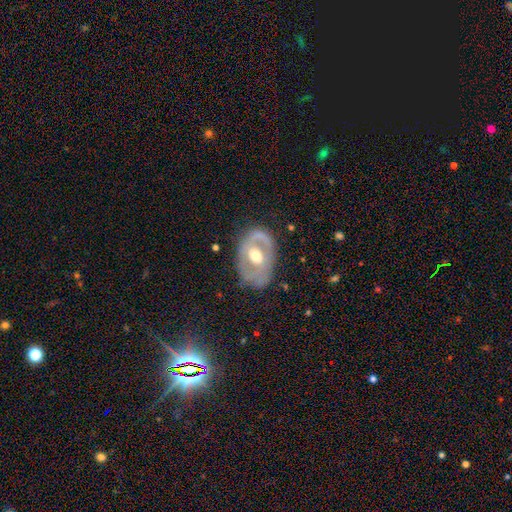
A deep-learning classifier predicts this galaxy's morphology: A featured or disk galaxy (66%) with no bar (61%), no spiral arms (62%) and a moderate central bulge (73%). Merging: none (67%).